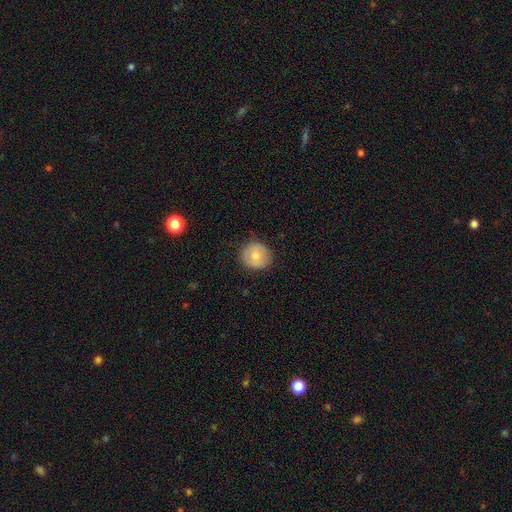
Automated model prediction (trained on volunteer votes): Q: Smooth or featured?
A: smooth (71%); runner-up: featured or disk (22%)
Q: How rounded?
A: round (86%); runner-up: in between (13%)
Q: Merging?
A: none (86%); runner-up: minor disturbance (10%)